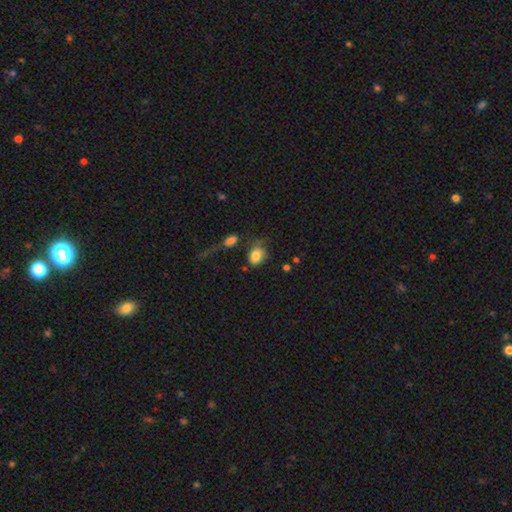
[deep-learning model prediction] This is likely a smooth galaxy (79%). How rounded: possibly in between (60%). Merging: marginally none (40%).